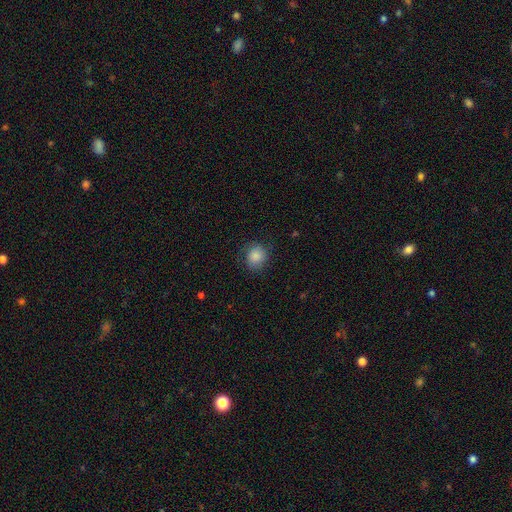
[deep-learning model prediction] Q: Smooth or featured?
A: smooth (85%); runner-up: star or artifact (9%)
Q: How rounded?
A: round (81%); runner-up: in between (18%)
Q: Merging?
A: none (79%); runner-up: minor disturbance (15%)